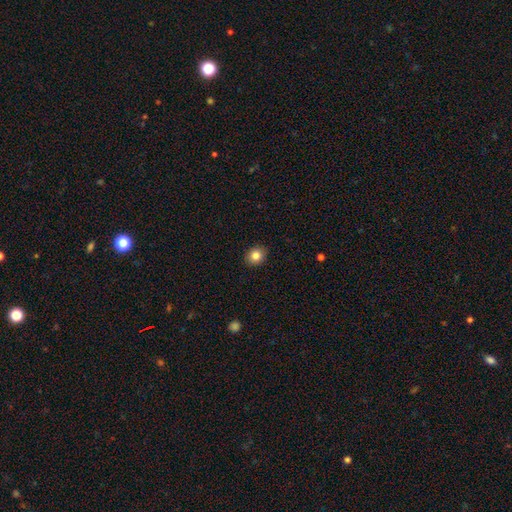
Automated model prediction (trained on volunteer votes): Smooth or featured?
  - smooth: 83% *
  - star or artifact: 10%
  - featured or disk: 7%
How rounded?
  - round: 71% *
  - in between: 29%
  - cigar-shaped: 1%
Merging?
  - none: 91% *
  - minor disturbance: 6%
  - major disturbance: 2%
  - merger: 1%